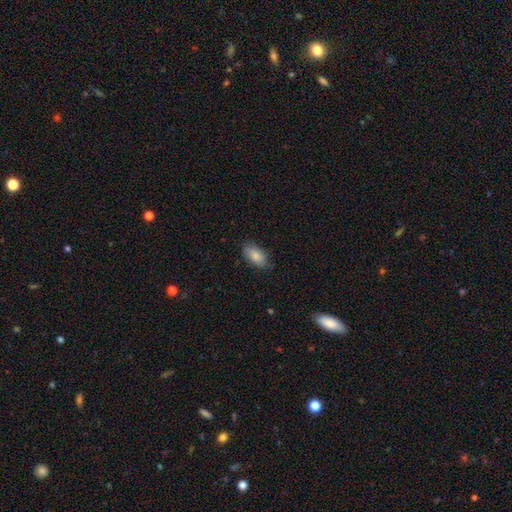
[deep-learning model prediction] The model was most divided on "merging": none: 81%, minor disturbance: 15%, major disturbance: 3%, merger: 1%. More confident: how rounded — in between (93%); smooth or featured — smooth (84%).